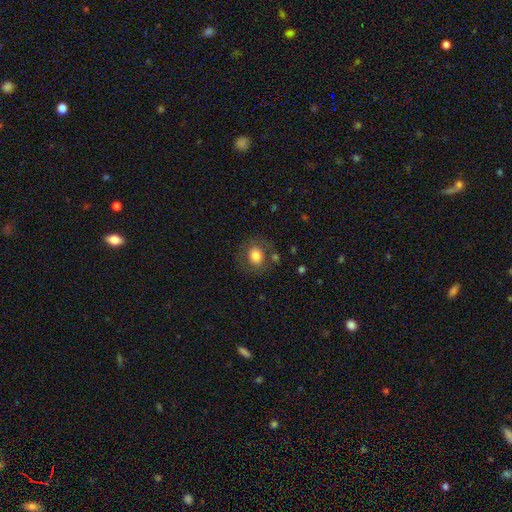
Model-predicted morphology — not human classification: Smooth or featured? smooth (75%)
How rounded? round (71%)
Merging? none (78%)